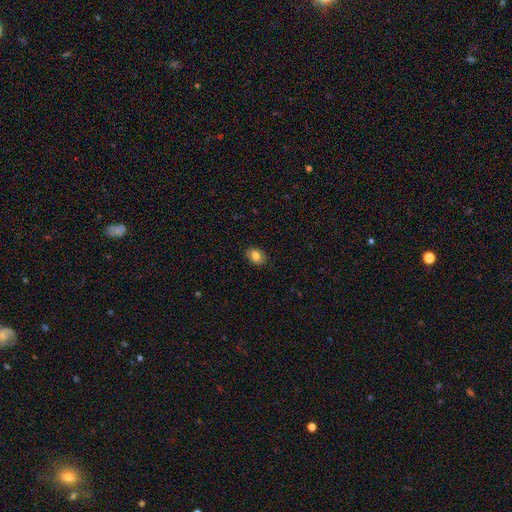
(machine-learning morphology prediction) This is clearly a smooth galaxy (83%). How rounded: likely in between (72%). Merging: clearly none (87%).